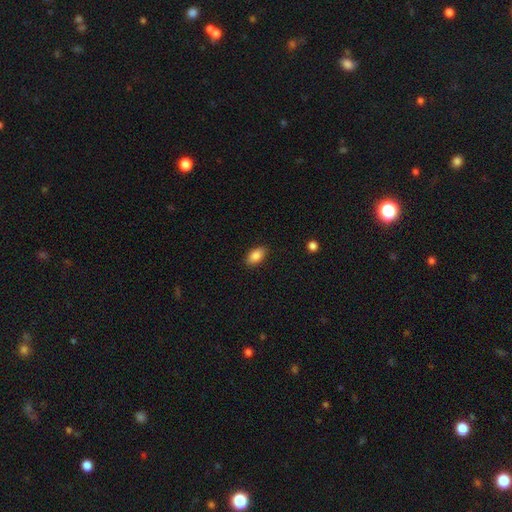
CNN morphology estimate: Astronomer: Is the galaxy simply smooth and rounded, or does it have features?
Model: smooth — 86%.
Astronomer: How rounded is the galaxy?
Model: in between — 91%.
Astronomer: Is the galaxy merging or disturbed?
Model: none — 86%.